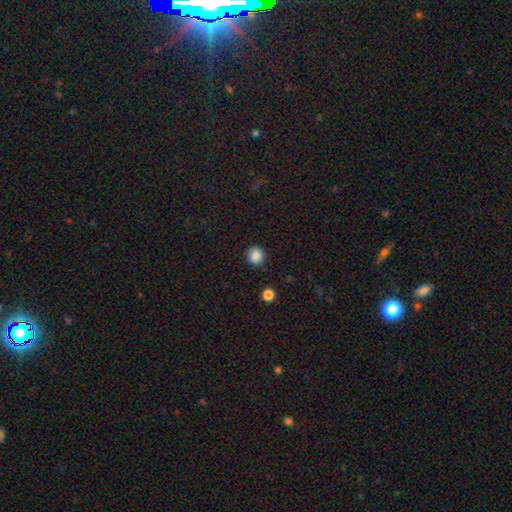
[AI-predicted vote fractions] The model was most divided on "smooth or featured": smooth: 86%, star or artifact: 10%, featured or disk: 3%. More confident: merging — none (90%); how rounded — round (90%).